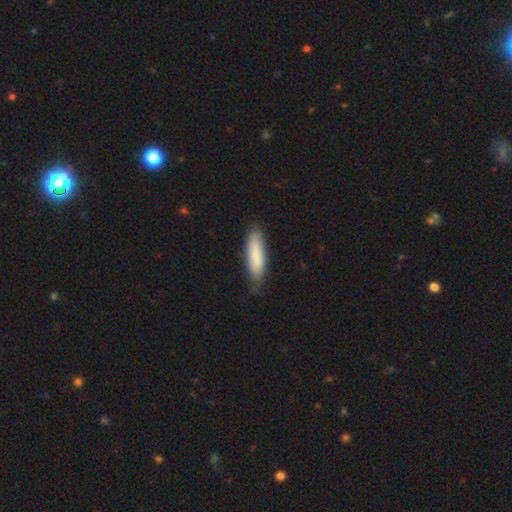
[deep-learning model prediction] smooth-or-featured: smooth: 86% | featured or disk: 9% | star or artifact: 5%
  how-rounded: cigar-shaped: 62% | in between: 36% | round: 1%
  merging: none: 79% | minor disturbance: 18% | major disturbance: 3% | merger: 1%